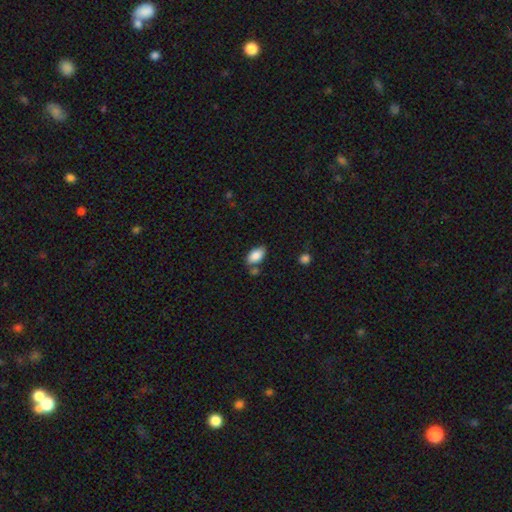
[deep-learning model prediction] Overall: smooth (86%). How rounded: in between (93%). Merging: none (66%).